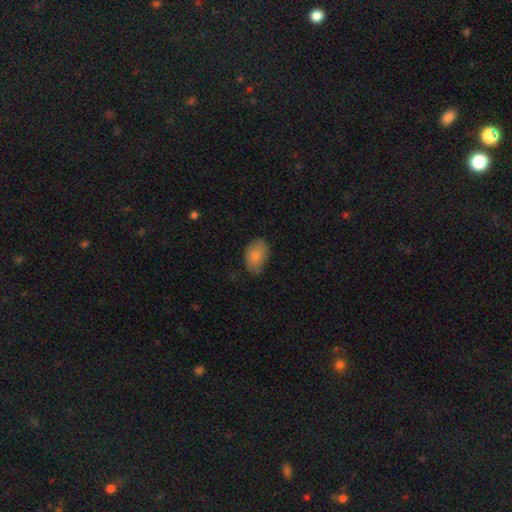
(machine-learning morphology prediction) A smooth galaxy with no disk features (83%) that is in between round and cigar-shaped (83%).

Vote fractions:
- Smooth or featured? smooth: 83% / featured or disk: 10% / star or artifact: 7%
- How rounded? in between: 83% / round: 16% / cigar-shaped: 1%
- Merging? none: 66% / minor disturbance: 27% / major disturbance: 5% / merger: 1%